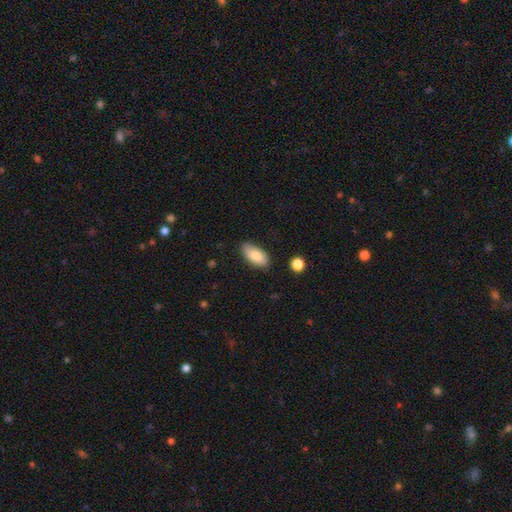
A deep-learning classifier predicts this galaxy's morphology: Smooth or featured? Predicted: smooth (p=0.82). How rounded? Predicted: in between (p=0.91). Merging? Predicted: none (p=0.83).